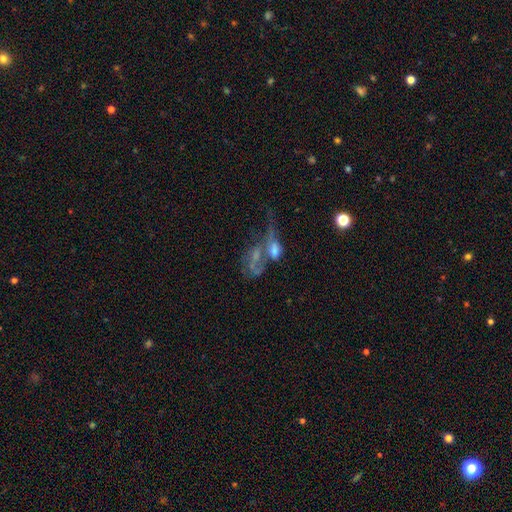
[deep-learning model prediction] Q: Smooth or featured?
A: featured or disk (49%); runner-up: smooth (30%)
Q: Merging?
A: merger (53%); runner-up: none (20%)